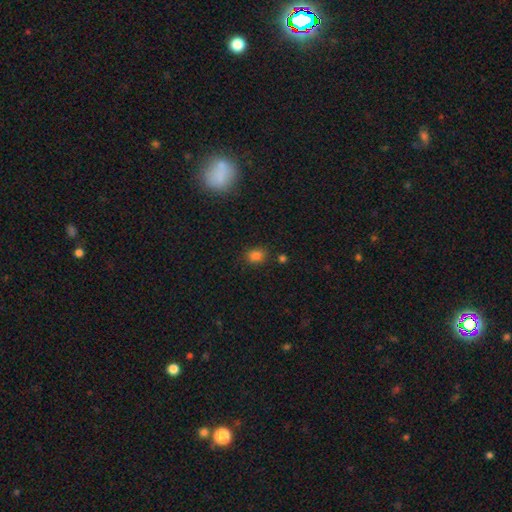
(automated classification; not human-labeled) Morphology: type=smooth (80%); roundness=round (52%); merging=none (80%).